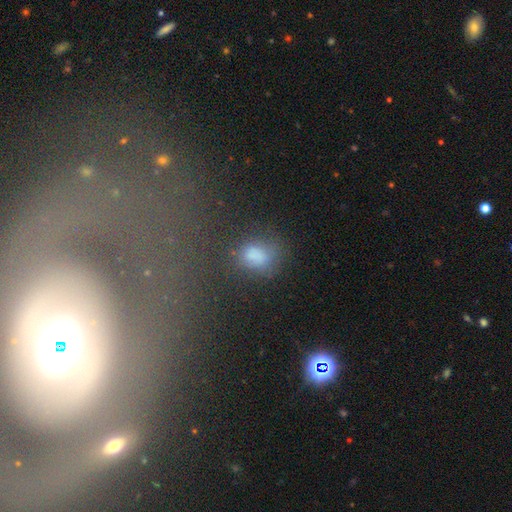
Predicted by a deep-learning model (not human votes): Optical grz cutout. It shows a smooth galaxy with no disk features (71%) that is in between round and cigar-shaped (68%). Merging: none (51%).